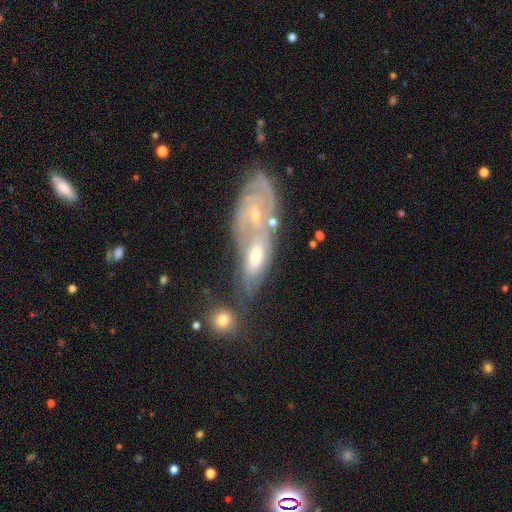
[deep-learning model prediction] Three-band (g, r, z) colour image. It shows a featured or disk galaxy (65%) with no bar (63%), spiral arms (79%) and a small central bulge (54%). Merging: merger (39%).